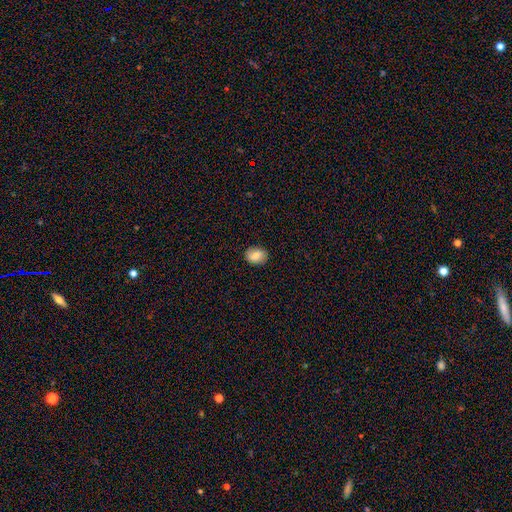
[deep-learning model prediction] The model was most divided on "how rounded": in between: 62%, round: 37%, cigar-shaped: 1%. More confident: merging — none (87%); smooth or featured — smooth (80%).